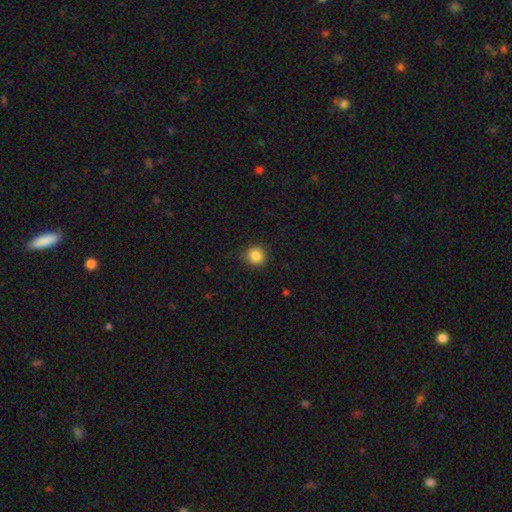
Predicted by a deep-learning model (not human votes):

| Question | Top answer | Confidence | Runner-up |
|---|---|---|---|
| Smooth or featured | smooth | 87% | star or artifact (10%) |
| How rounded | round | 91% | in between (8%) |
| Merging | none | 90% | minor disturbance (7%) |